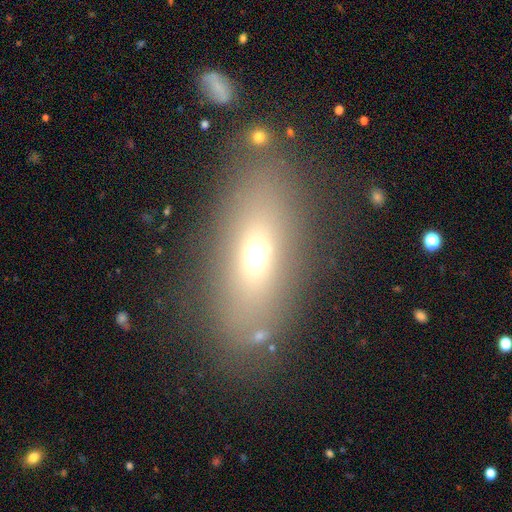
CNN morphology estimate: Q: Smooth or featured?
A: smooth (60%); runner-up: featured or disk (23%)
Q: How rounded?
A: in between (71%); runner-up: cigar-shaped (19%)
Q: Merging?
A: none (77%); runner-up: minor disturbance (11%)